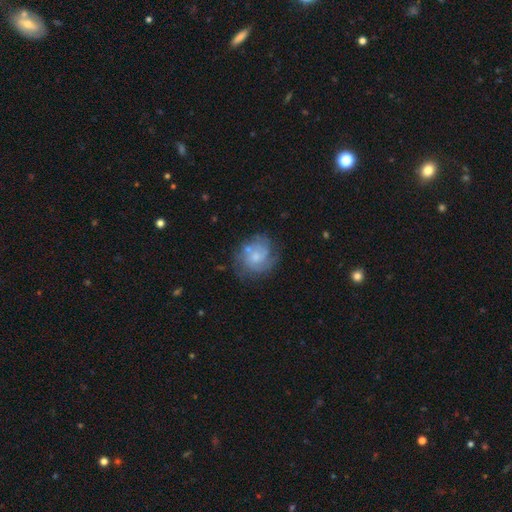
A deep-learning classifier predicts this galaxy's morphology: Smooth or featured: featured or disk — 58% (smooth — 34%)
Edge-on disk: no — 98% (yes — 2%)
Bar: no — 74% (weak — 23%)
Spiral arms: yes — 75% (no — 25%)
Bulge size: moderate — 41% (tied with small — 41%)
Merging: none — 59% (minor disturbance — 22%)